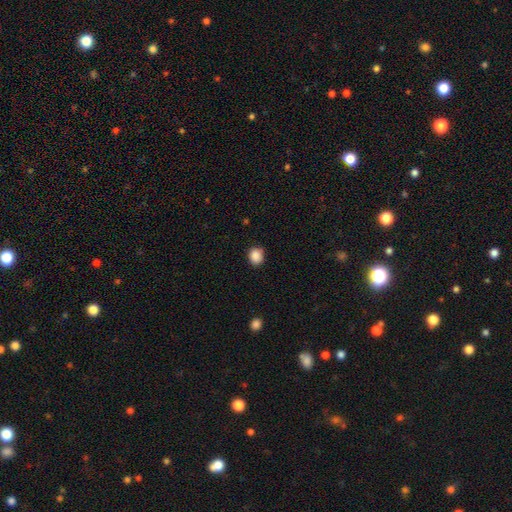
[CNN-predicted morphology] Q: Smooth or featured?
A: smooth (88%); runner-up: star or artifact (9%)
Q: How rounded?
A: round (69%); runner-up: in between (30%)
Q: Merging?
A: none (85%); runner-up: minor disturbance (11%)